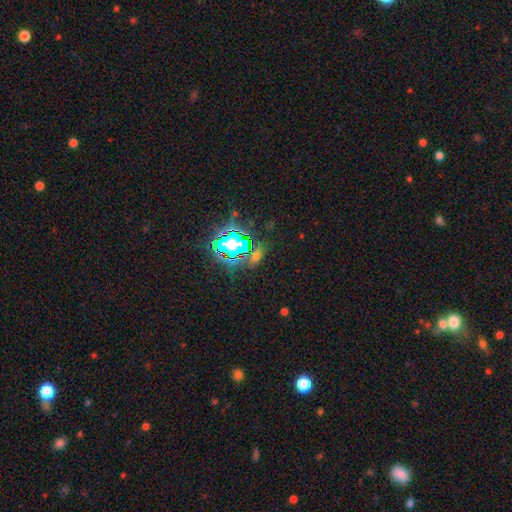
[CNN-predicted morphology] Smooth or featured: star or artifact — 57% (smooth — 30%)